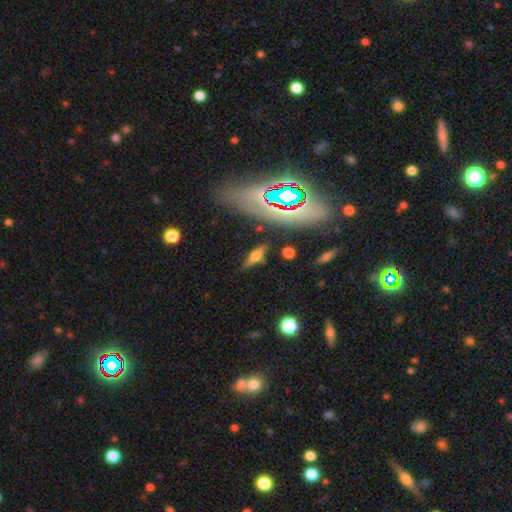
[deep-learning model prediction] featured or disk 44%, smooth 41%, star or artifact 15%. Down the decision tree: merging — none (77%).